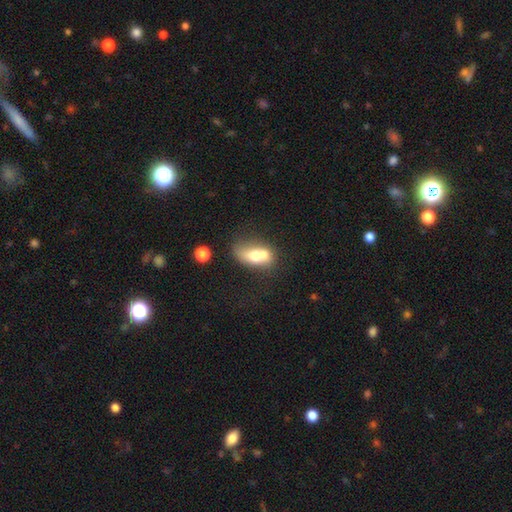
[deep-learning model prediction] A smooth galaxy with no disk features (61%) that is in between round and cigar-shaped (74%).

Vote fractions:
- Smooth or featured? smooth: 61% / featured or disk: 30% / star or artifact: 9%
- How rounded? in between: 74% / round: 22% / cigar-shaped: 5%
- Merging? merger: 59% / none: 22% / minor disturbance: 12% / major disturbance: 8%